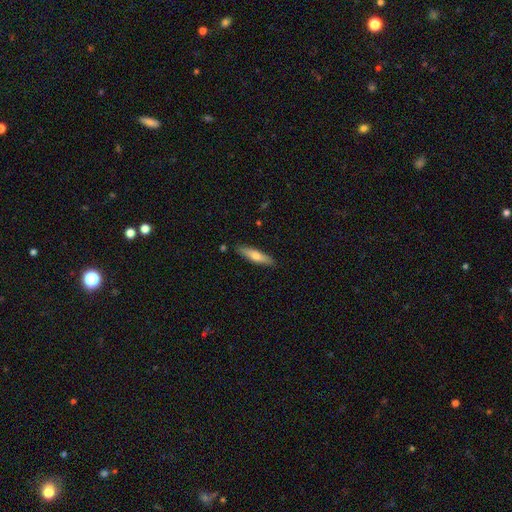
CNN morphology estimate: Overall: smooth (61%; featured or disk 33%). How rounded: cigar-shaped (76%). Merging: none (87%).